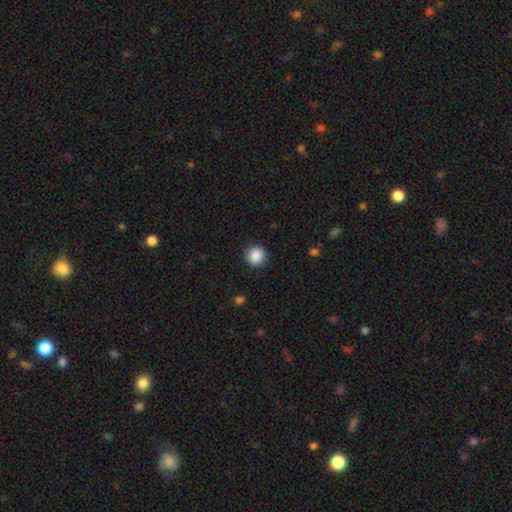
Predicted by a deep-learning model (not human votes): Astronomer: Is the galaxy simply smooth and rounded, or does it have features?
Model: smooth — 89%.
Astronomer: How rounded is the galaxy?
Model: round — 94%.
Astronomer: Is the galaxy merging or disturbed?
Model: none — 91%.